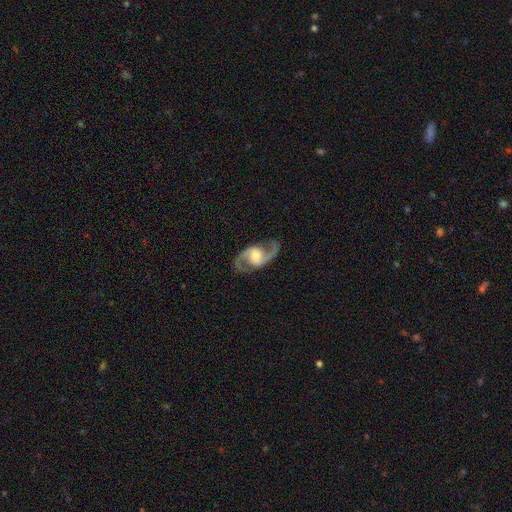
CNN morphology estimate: Q: Smooth or featured?
A: featured or disk (92%); runner-up: star or artifact (4%)
Q: Edge-on disk?
A: no (97%); runner-up: yes (3%)
Q: Bar?
A: weak (43%); runner-up: no (42%)
Q: Spiral arms?
A: yes (98%); runner-up: no (2%)
Q: Spiral winding?
A: medium (54%); runner-up: loose (37%)
Q: Spiral arm count?
A: 2 (94%); runner-up: can't tell (1%)
Q: Bulge size?
A: moderate (49%); runner-up: large (25%)
Q: Merging?
A: none (85%); runner-up: minor disturbance (10%)